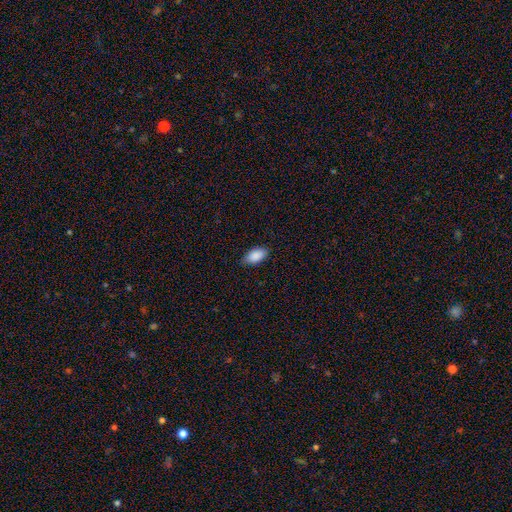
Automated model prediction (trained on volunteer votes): Overall: smooth (89%). How rounded: in between (94%). Merging: none (79%).